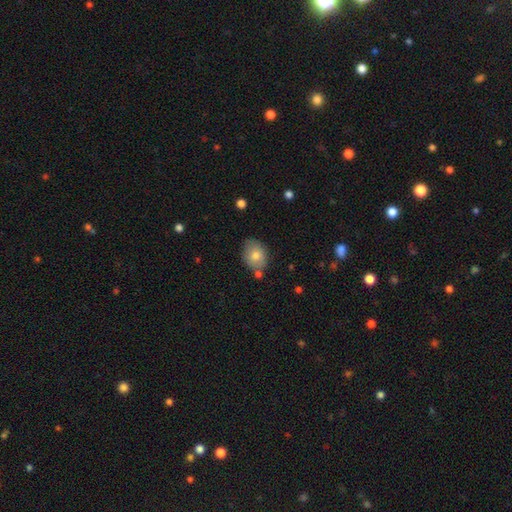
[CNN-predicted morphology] type=smooth (78%); roundness=in between (60%); merging=none (71%).